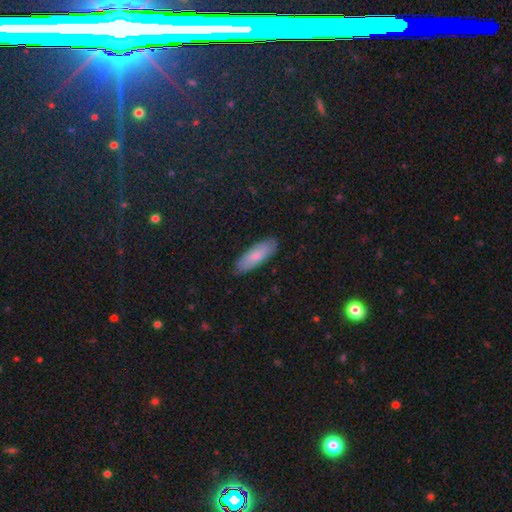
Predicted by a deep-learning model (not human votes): smooth 76%, featured or disk 17%, star or artifact 7%. Down the decision tree: how rounded — in between (60%); merging — none (87%).